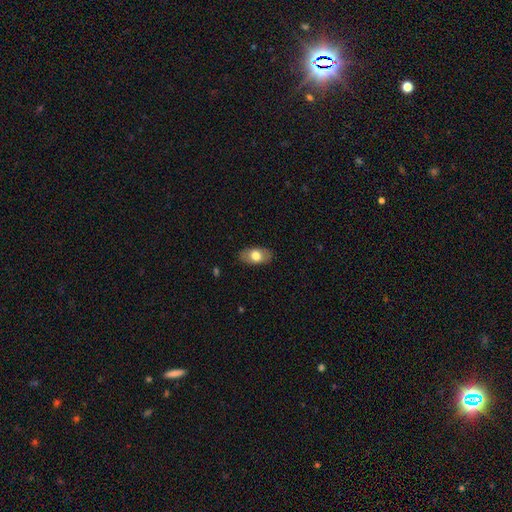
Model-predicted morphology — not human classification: smooth_or_featured: smooth (p=0.72) [alt: featured or disk p=0.22]
how_rounded: in between (p=0.91) [alt: round p=0.06]
merging: none (p=0.84) [alt: minor disturbance p=0.12]